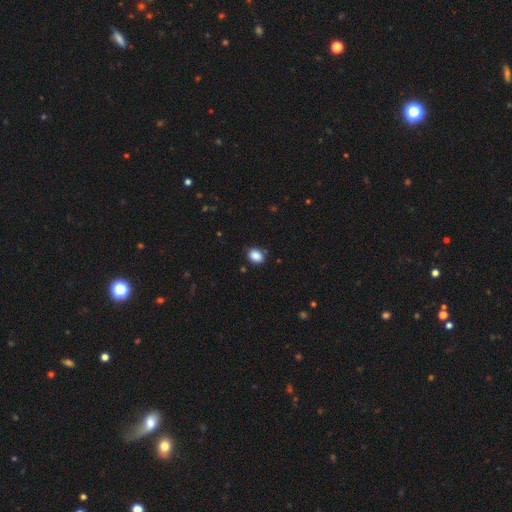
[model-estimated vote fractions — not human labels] Q: Smooth or featured?
A: smooth (88%); runner-up: star or artifact (9%)
Q: How rounded?
A: in between (60%); runner-up: round (39%)
Q: Merging?
A: none (81%); runner-up: minor disturbance (14%)